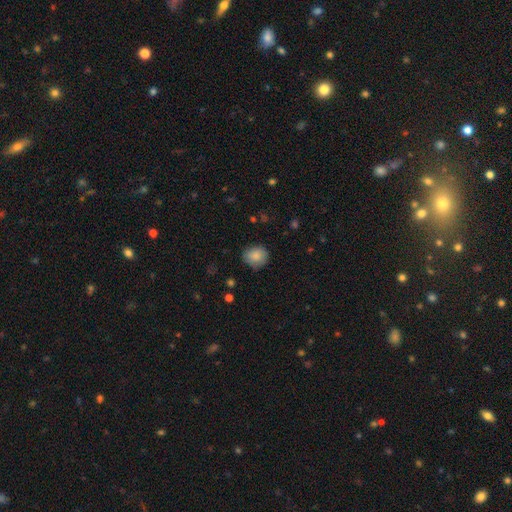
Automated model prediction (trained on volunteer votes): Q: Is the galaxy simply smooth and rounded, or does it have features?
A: smooth — 85%.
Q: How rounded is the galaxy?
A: round — 75%.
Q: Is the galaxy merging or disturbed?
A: none — 78%.